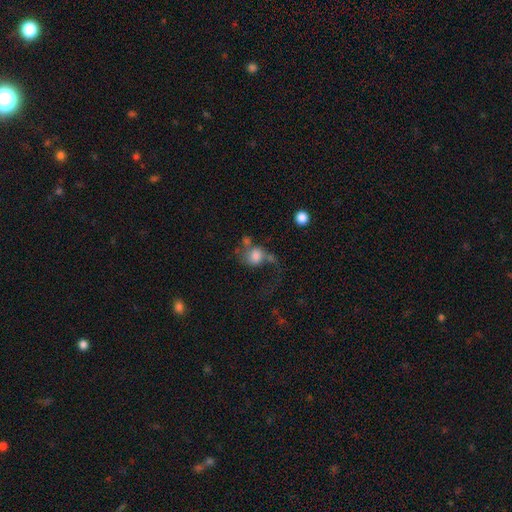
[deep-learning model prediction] Overall: smooth (57%; featured or disk 32%). How rounded: round (61%; in between 37%). Merging: major disturbance (42%; none 24%).